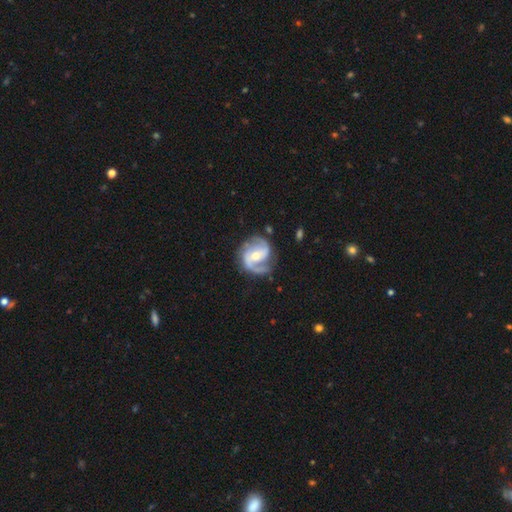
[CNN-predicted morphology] A featured or disk galaxy (90%) with no bar (44%), 2 (81%) medium (53%) spiral arms (97%) and a moderate central bulge (60%).

Vote fractions:
- Smooth or featured? featured or disk: 90% / smooth: 6% / star or artifact: 4%
- Edge-on disk? no: 98% / yes: 2%
- Bar? no: 44% / weak: 39% / strong: 17%
- Spiral arms? yes: 97% / no: 3%
- Spiral winding? medium: 53% / tight: 29% / loose: 19%
- Spiral arm count? 2: 81% / 3: 7% / 1: 4% / can't tell: 4% / 4: 2% / more than 4: 2%
- Bulge size? moderate: 60% / small: 36% / large: 2% / none: 1% / dominant: 1%
- Merging? none: 73% / minor disturbance: 18% / major disturbance: 8% / merger: 2%